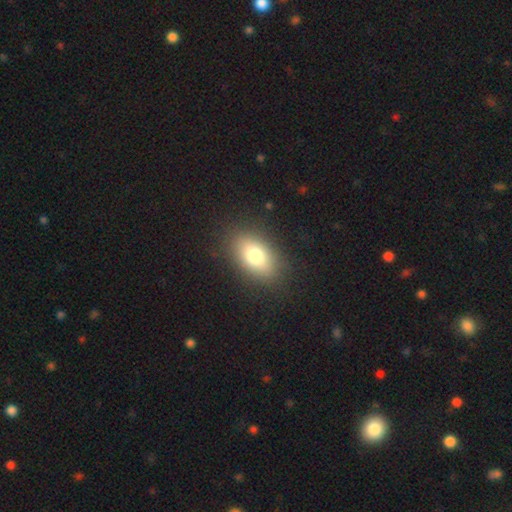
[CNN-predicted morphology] A smooth galaxy with no disk features (78%) that is in between round and cigar-shaped (87%).

Vote fractions:
- Smooth or featured? smooth: 78% / featured or disk: 13% / star or artifact: 9%
- How rounded? in between: 87% / round: 10% / cigar-shaped: 3%
- Merging? none: 89% / minor disturbance: 8% / major disturbance: 2% / merger: 1%